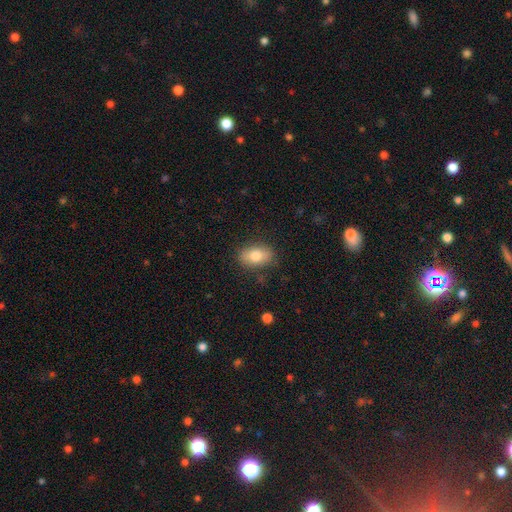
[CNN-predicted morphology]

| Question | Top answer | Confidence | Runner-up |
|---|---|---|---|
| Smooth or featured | smooth | 77% | featured or disk (15%) |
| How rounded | in between | 87% | round (11%) |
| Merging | none | 83% | minor disturbance (13%) |